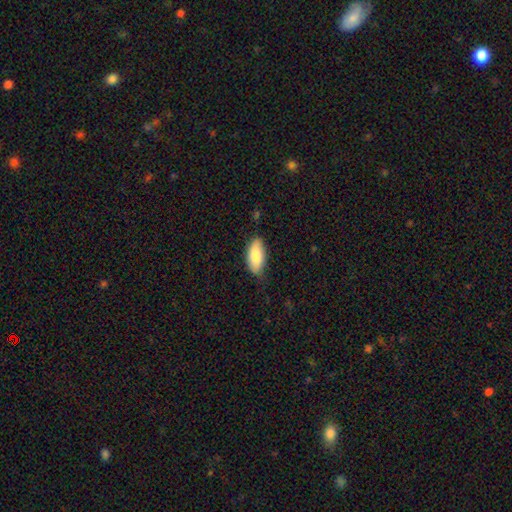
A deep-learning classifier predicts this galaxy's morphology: smooth 82%, featured or disk 12%, star or artifact 6%. Down the decision tree: how rounded — in between (89%); merging — none (74%).